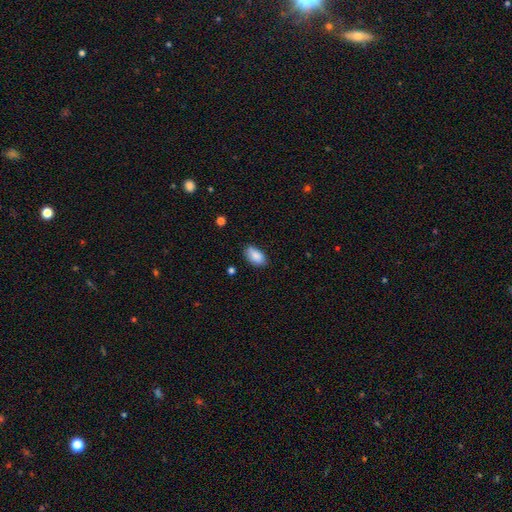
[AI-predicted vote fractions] A smooth galaxy with no disk features (87%) that is in between round and cigar-shaped (93%). Merging: none (74%).